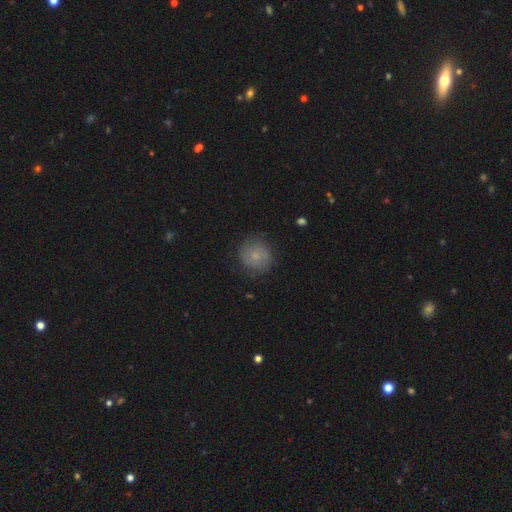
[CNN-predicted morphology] type=smooth (62%); roundness=round (90%); merging=none (79%).